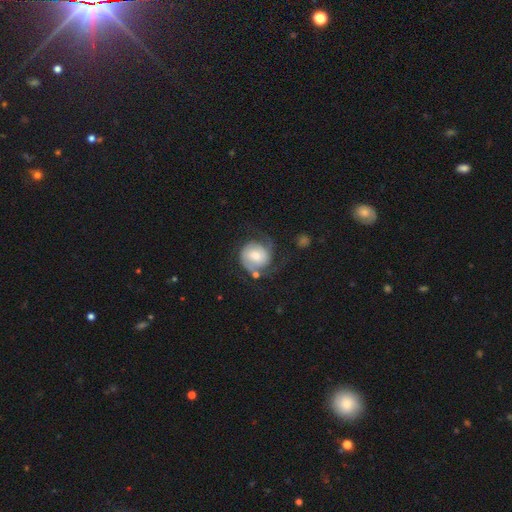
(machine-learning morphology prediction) Smooth or featured?
  - featured or disk: 65% *
  - smooth: 28%
  - star or artifact: 6%
Edge-on disk?
  - no: 98% *
  - yes: 2%
Bar?
  - no: 55% *
  - weak: 37%
  - strong: 8%
Spiral arms?
  - yes: 89% *
  - no: 11%
Spiral winding?
  - medium: 40% *
  - tight: 39%
  - loose: 21%
Spiral arm count?
  - 2: 64% *
  - can't tell: 14%
  - 1: 11%
  - 3: 7%
  - 4: 2%
  - more than 4: 2%
Bulge size?
  - moderate: 55% *
  - small: 28%
  - large: 12%
  - none: 3%
  - dominant: 2%
Merging?
  - none: 53% *
  - major disturbance: 22%
  - minor disturbance: 19%
  - merger: 6%